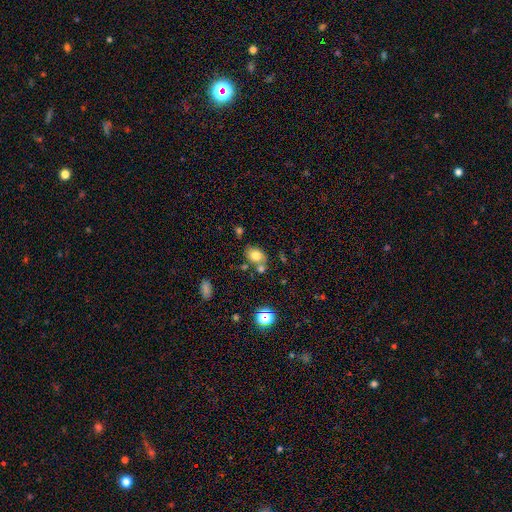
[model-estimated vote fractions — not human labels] Smooth or featured? smooth (77%)
How rounded? in between (73%)
Merging? none (57%)